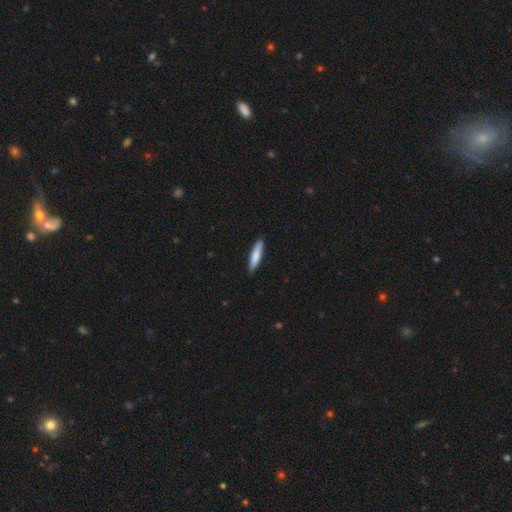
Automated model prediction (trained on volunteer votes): The model was most divided on "how rounded": cigar-shaped: 82%, in between: 17%, round: 1%. More confident: merging — none (89%); smooth or featured — smooth (81%).